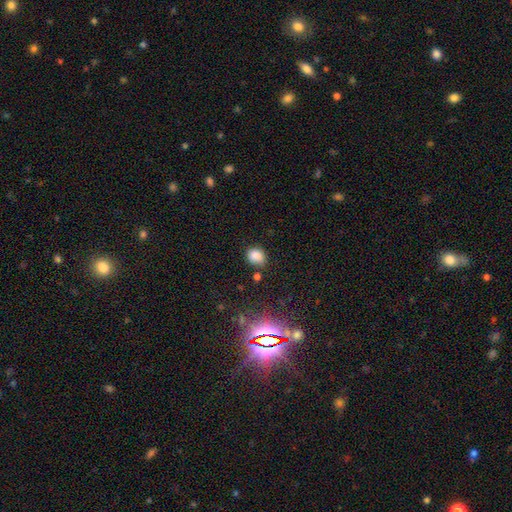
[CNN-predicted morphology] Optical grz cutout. It shows a smooth galaxy with no disk features (84%) that is round (56%). Merging: none (75%).